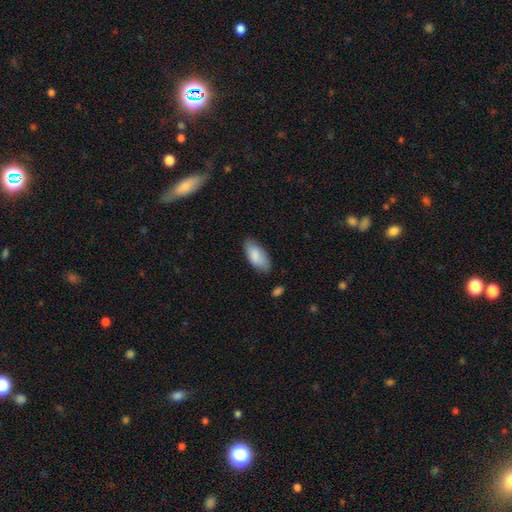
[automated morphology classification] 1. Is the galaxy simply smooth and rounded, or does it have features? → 86% smooth, 9% featured or disk, 6% star or artifact.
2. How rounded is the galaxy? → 88% in between, 10% cigar-shaped, 2% round.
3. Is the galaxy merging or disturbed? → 78% none, 17% minor disturbance, 3% major disturbance, 2% merger.